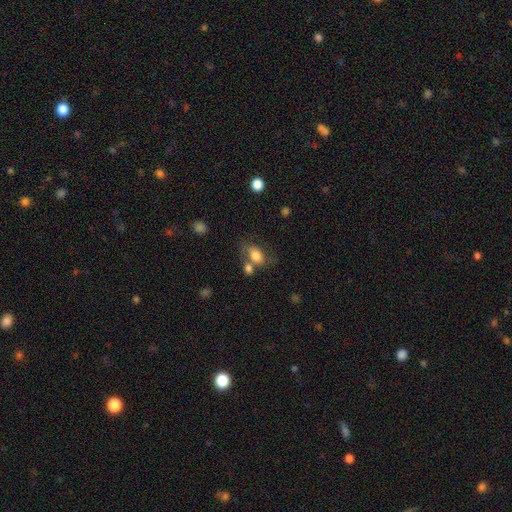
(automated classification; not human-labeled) Smooth or featured? Predicted: smooth (p=0.73). How rounded? Predicted: in between (p=0.80). Merging? Predicted: none (p=0.41).